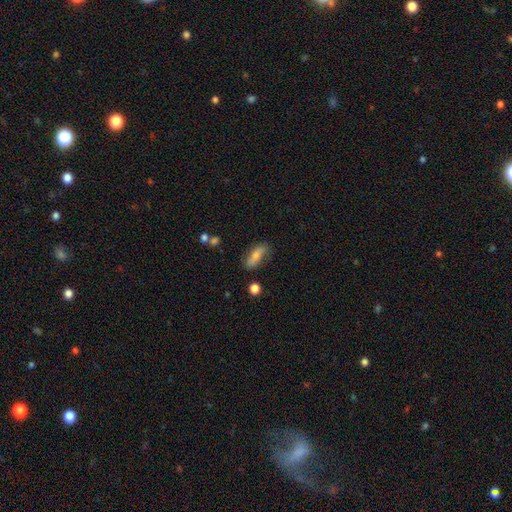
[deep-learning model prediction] A smooth galaxy with no disk features (74%) that is in between round and cigar-shaped (65%).

Vote fractions:
- Smooth or featured? smooth: 74% / featured or disk: 19% / star or artifact: 7%
- How rounded? in between: 65% / cigar-shaped: 32% / round: 3%
- Merging? none: 72% / minor disturbance: 20% / major disturbance: 5% / merger: 3%